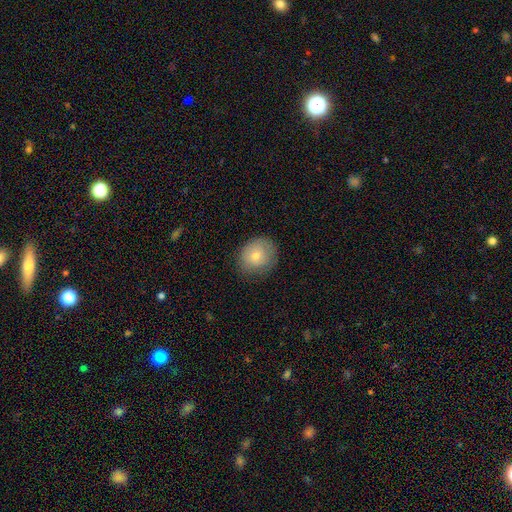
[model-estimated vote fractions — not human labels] Overall: smooth (74%). How rounded: round (71%). Merging: none (78%).